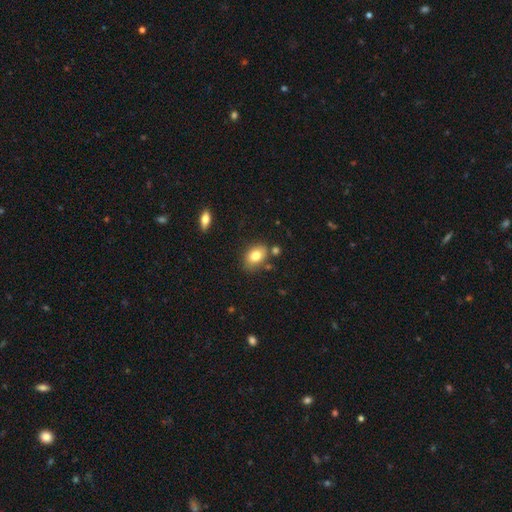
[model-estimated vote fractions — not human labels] Morphology: type=smooth (79%); roundness=in between (80%); merging=none (74%).